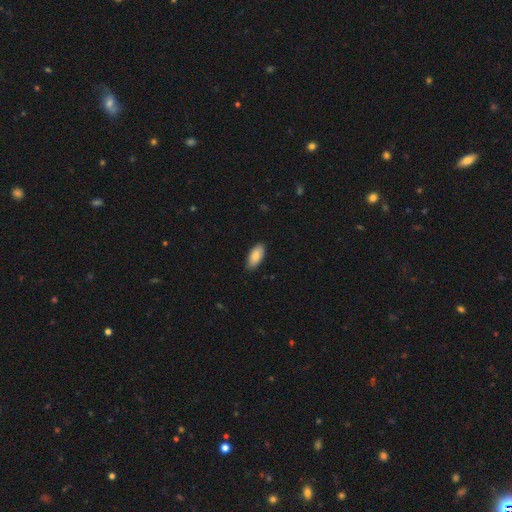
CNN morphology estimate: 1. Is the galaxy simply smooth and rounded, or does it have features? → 84% smooth, 10% featured or disk, 6% star or artifact.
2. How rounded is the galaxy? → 91% in between, 7% cigar-shaped, 2% round.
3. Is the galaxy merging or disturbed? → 86% none, 11% minor disturbance, 2% major disturbance, 1% merger.